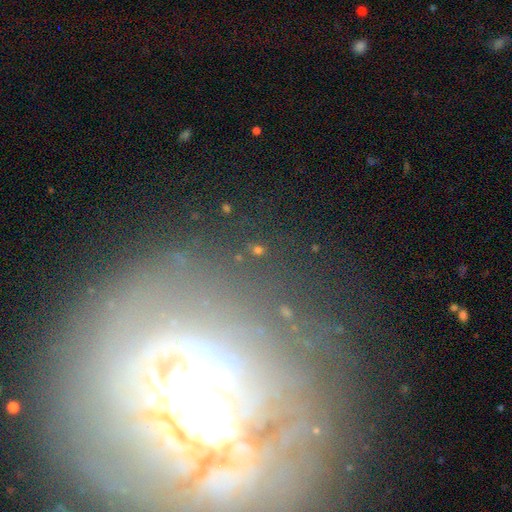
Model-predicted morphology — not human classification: Smooth or featured?
  - featured or disk: 66% *
  - star or artifact: 20%
  - smooth: 15%
Edge-on disk?
  - no: 84% *
  - yes: 16%
Bar?
  - no: 67% *
  - weak: 17%
  - strong: 15%
Spiral arms?
  - yes: 59% *
  - no: 41%
Bulge size?
  - moderate: 44% *
  - large: 29%
  - small: 14%
  - dominant: 9%
  - none: 4%
Merging?
  - none: 75% *
  - minor disturbance: 13%
  - major disturbance: 9%
  - merger: 3%